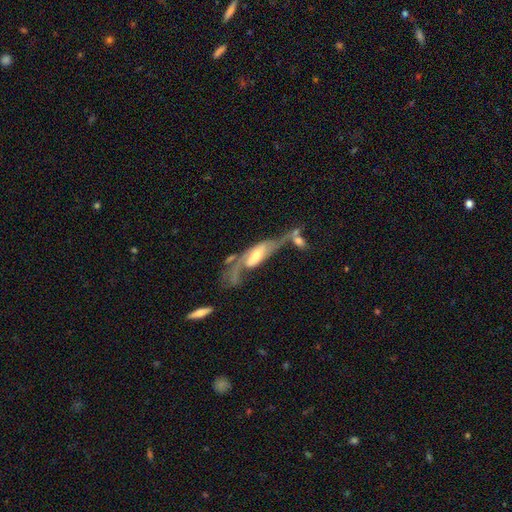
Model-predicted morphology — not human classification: A featured or disk galaxy (70%) with a weak bar (38%), spiral arms (78%) and a moderate central bulge (48%).

Vote fractions:
- Smooth or featured? featured or disk: 70% / smooth: 23% / star or artifact: 7%
- Edge-on disk? no: 76% / yes: 24%
- Bar? weak: 38% / strong: 32% / no: 30%
- Spiral arms? yes: 78% / no: 22%
- Bulge size? moderate: 48% / large: 25% / small: 18% / none: 6% / dominant: 3%
- Merging? major disturbance: 32% / merger: 27% / none: 25% / minor disturbance: 16%